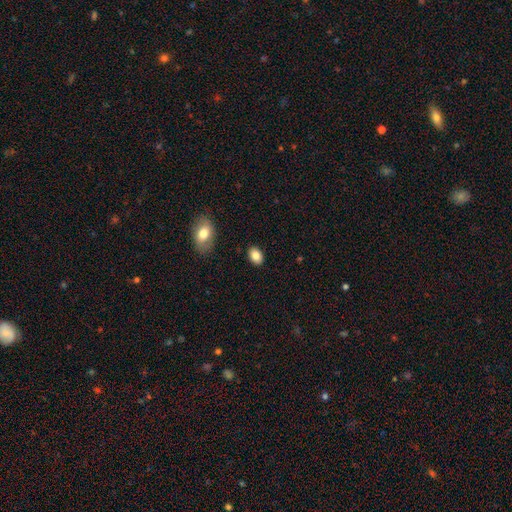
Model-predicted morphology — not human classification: Smooth or featured? Predicted: smooth (p=0.84). How rounded? Predicted: in between (p=0.82). Merging? Predicted: none (p=0.87).